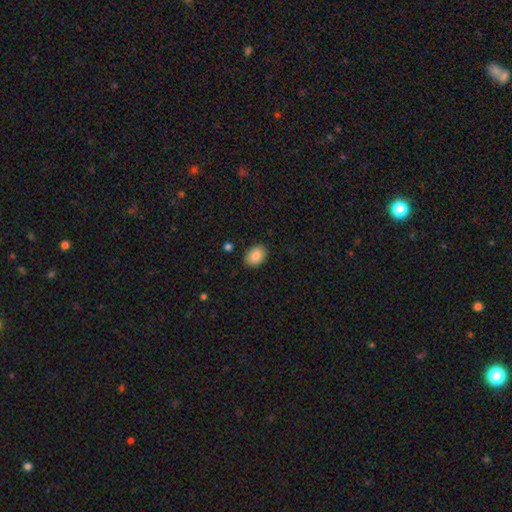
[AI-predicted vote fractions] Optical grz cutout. It shows a smooth galaxy with no disk features (86%) that is in between round and cigar-shaped (76%). Merging: none (86%).